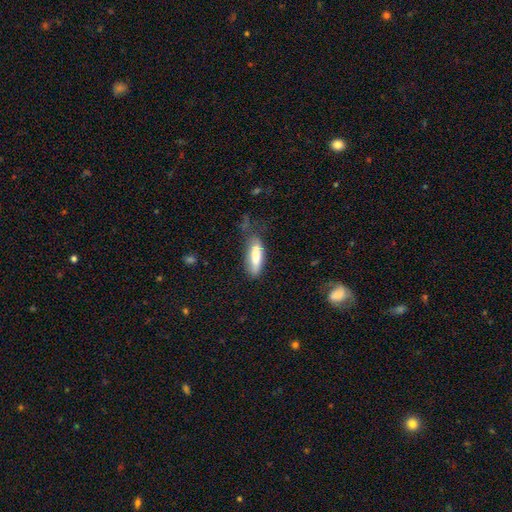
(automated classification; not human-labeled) Smooth or featured: smooth — 80% (featured or disk — 14%)
How rounded: in between — 50% (cigar-shaped — 48%)
Merging: none — 51% (minor disturbance — 31%)